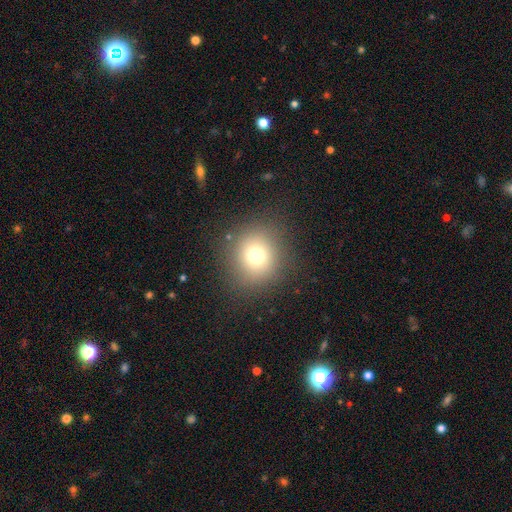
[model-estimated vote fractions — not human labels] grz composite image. It shows a smooth galaxy with no disk features (73%) that is round (90%). Merging: none (87%).